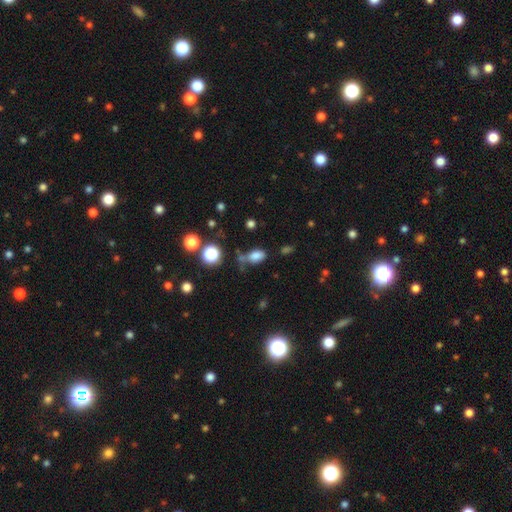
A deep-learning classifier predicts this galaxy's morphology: Q: Smooth or featured?
A: smooth (79%); runner-up: star or artifact (14%)
Q: How rounded?
A: in between (84%); runner-up: round (13%)
Q: Merging?
A: none (55%); runner-up: minor disturbance (22%)